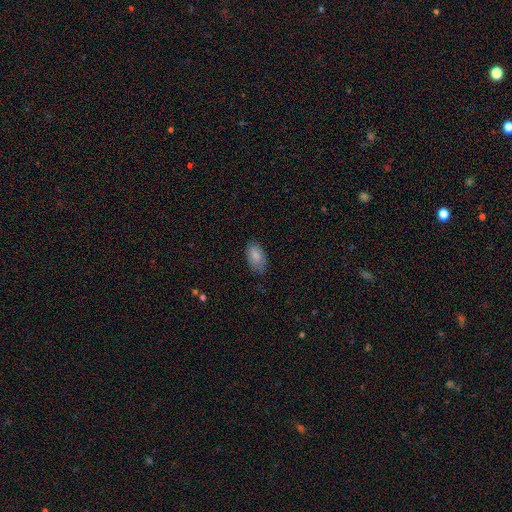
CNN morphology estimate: Overall: smooth (85%). How rounded: in between (94%). Merging: none (74%).